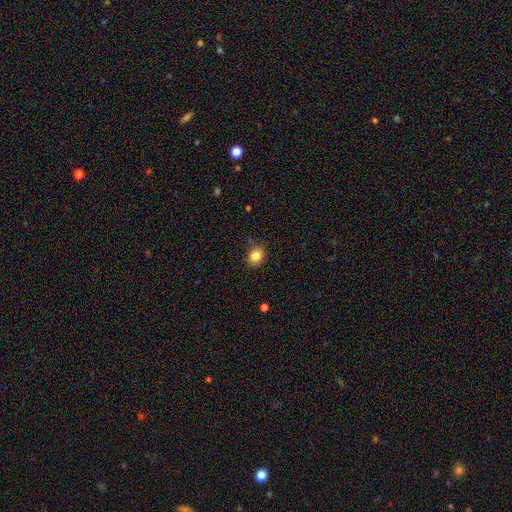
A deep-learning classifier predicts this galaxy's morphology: This appears to be a smooth galaxy with no disk features (84%) that is round (57%). Merging: none (82%).